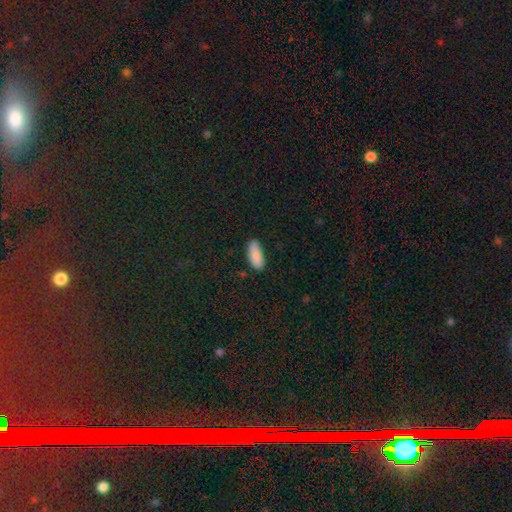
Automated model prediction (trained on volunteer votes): A smooth galaxy with no disk features (89%) that is in between round and cigar-shaped (82%).

Vote fractions:
- Smooth or featured? smooth: 89% / star or artifact: 6% / featured or disk: 5%
- How rounded? in between: 82% / cigar-shaped: 16% / round: 2%
- Merging? none: 81% / minor disturbance: 14% / major disturbance: 3% / merger: 2%